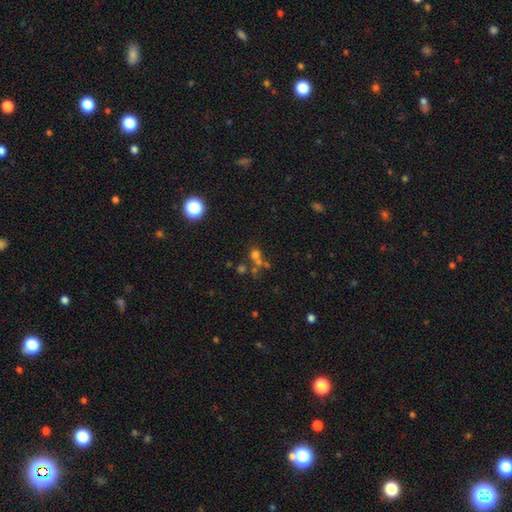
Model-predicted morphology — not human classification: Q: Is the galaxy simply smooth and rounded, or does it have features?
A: smooth — 50%.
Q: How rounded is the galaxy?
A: round — 85%.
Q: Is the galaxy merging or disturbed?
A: none — 52%.